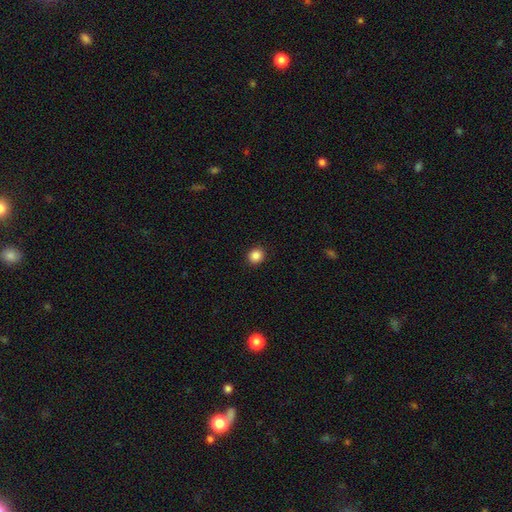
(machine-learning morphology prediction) Smooth or featured? Predicted: smooth (p=0.86). How rounded? Predicted: round (p=0.84). Merging? Predicted: none (p=0.92).